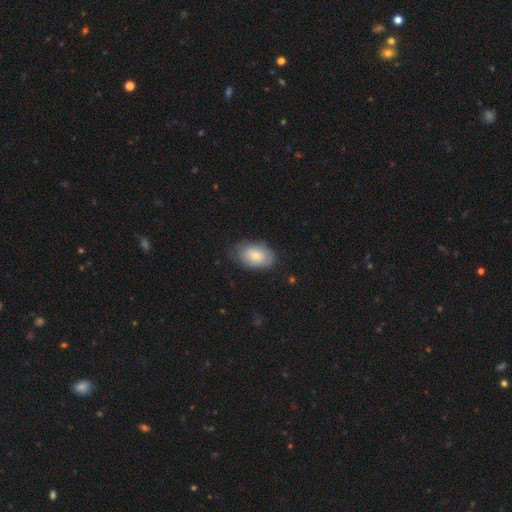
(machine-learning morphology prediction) type=smooth (73%); roundness=in between (88%); merging=none (71%).